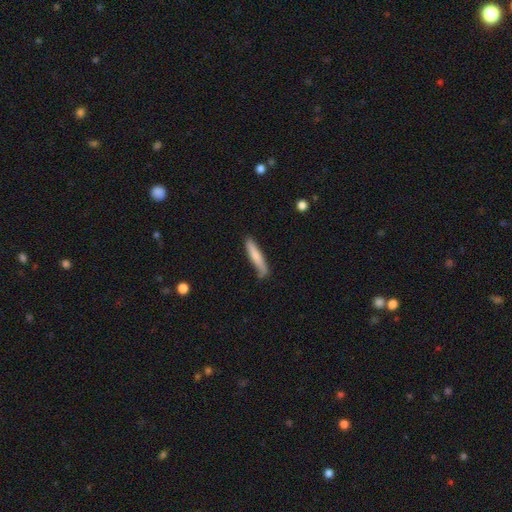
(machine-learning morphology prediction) The model was most divided on "smooth or featured": smooth: 71%, featured or disk: 24%, star or artifact: 6%. More confident: how rounded — cigar-shaped (90%); merging — none (72%).